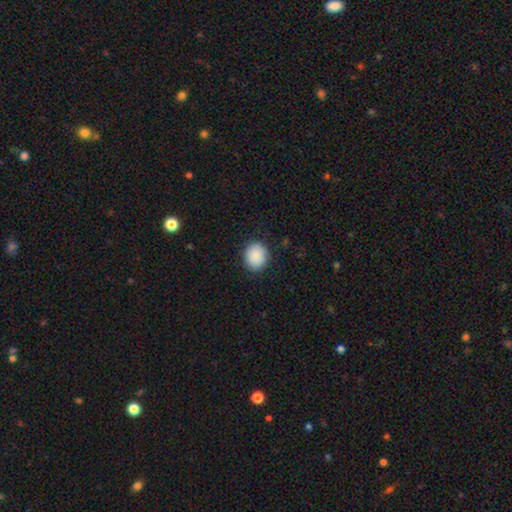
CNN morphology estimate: smooth_or_featured: smooth (p=0.89) [alt: star or artifact p=0.07]
how_rounded: round (p=0.74) [alt: in between p=0.25]
merging: none (p=0.89) [alt: minor disturbance p=0.08]